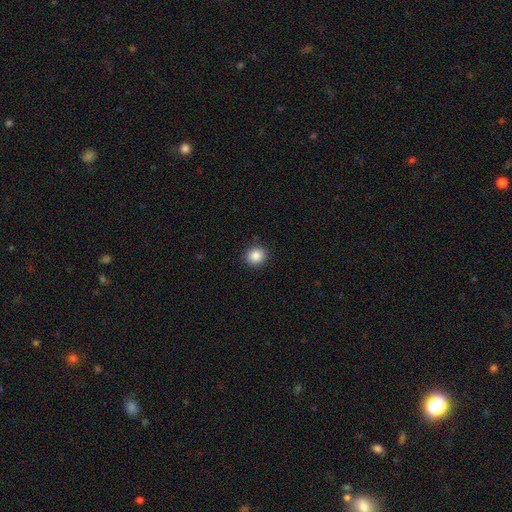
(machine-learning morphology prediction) smooth-or-featured: smooth: 87% | star or artifact: 9% | featured or disk: 4%
  how-rounded: round: 88% | in between: 11% | cigar-shaped: 1%
  merging: none: 91% | minor disturbance: 6% | major disturbance: 2% | merger: 1%